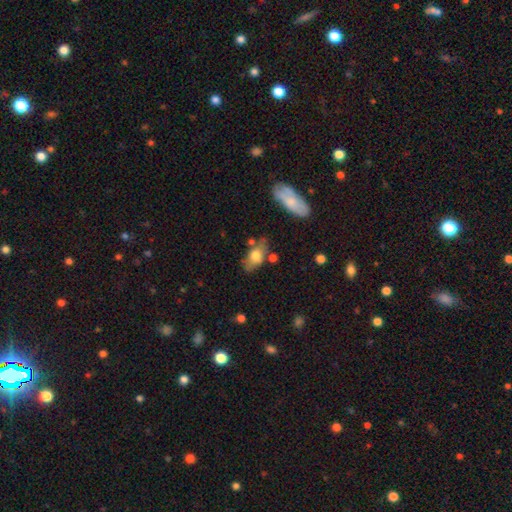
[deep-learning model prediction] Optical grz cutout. It shows a smooth galaxy with no disk features (65%) that is in between round and cigar-shaped (83%). Merging: none (60%).